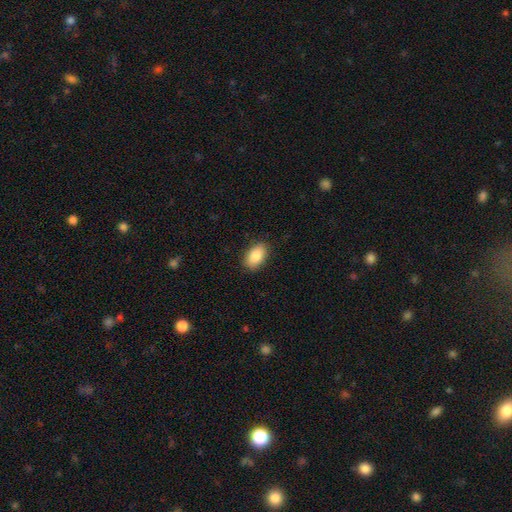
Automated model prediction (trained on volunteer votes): Morphology: type=smooth (88%); roundness=in between (92%); merging=none (88%).